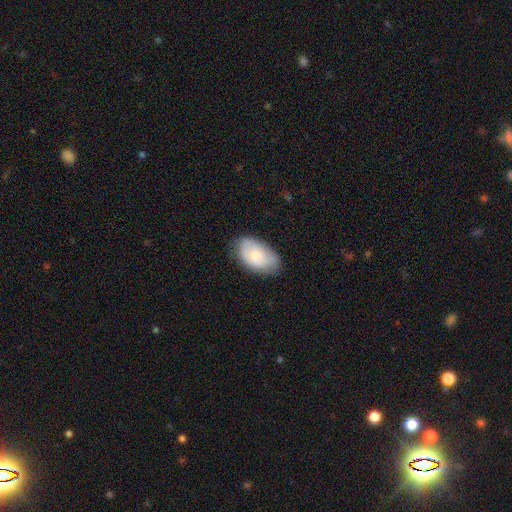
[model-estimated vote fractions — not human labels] Q: Smooth or featured?
A: smooth (75%); runner-up: featured or disk (18%)
Q: How rounded?
A: in between (94%); runner-up: round (5%)
Q: Merging?
A: none (73%); runner-up: minor disturbance (22%)